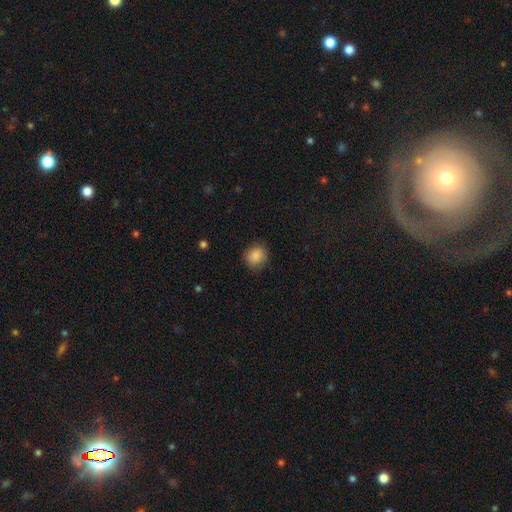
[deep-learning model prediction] A smooth galaxy with no disk features (87%) that is round (74%). Merging: none (82%).